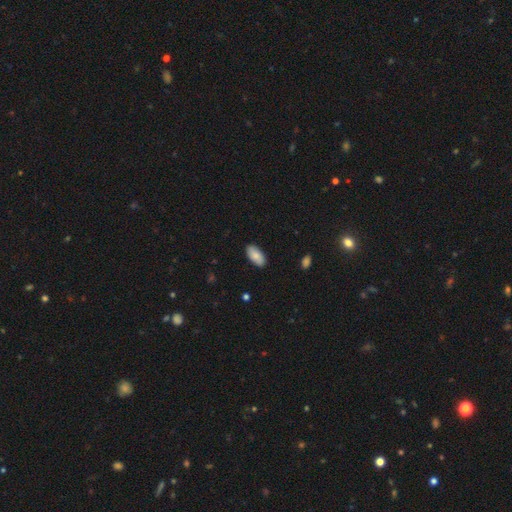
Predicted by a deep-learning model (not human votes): This appears to be a smooth galaxy with no disk features (84%) that is in between round and cigar-shaped (93%). Merging: none (88%).